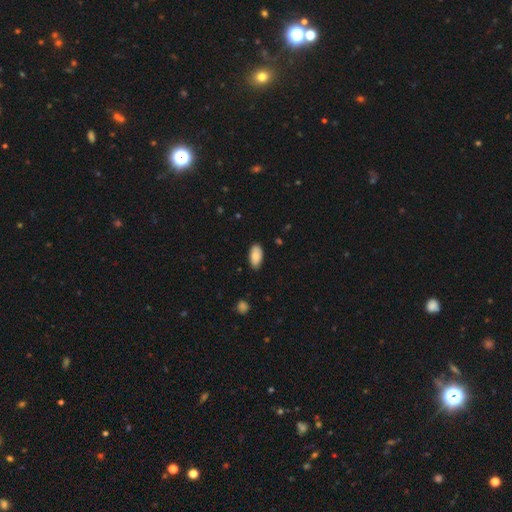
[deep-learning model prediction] smooth-or-featured: smooth: 87% | featured or disk: 7% | star or artifact: 6%
  how-rounded: in between: 94% | cigar-shaped: 4% | round: 2%
  merging: none: 85% | minor disturbance: 12% | major disturbance: 2% | merger: 1%